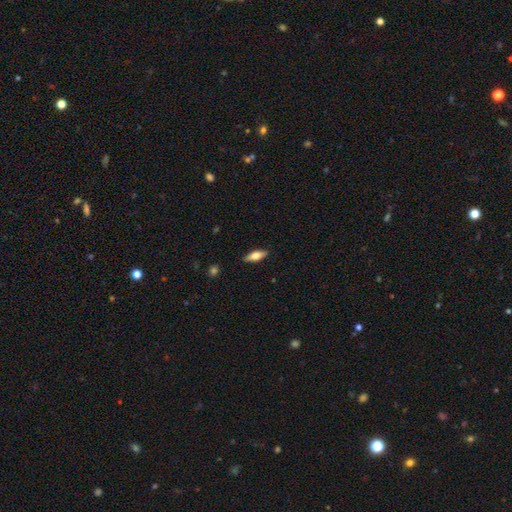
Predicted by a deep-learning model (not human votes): Smooth or featured: smooth — 62% (featured or disk — 32%)
How rounded: in between — 65% (cigar-shaped — 32%)
Merging: none — 88% (minor disturbance — 9%)